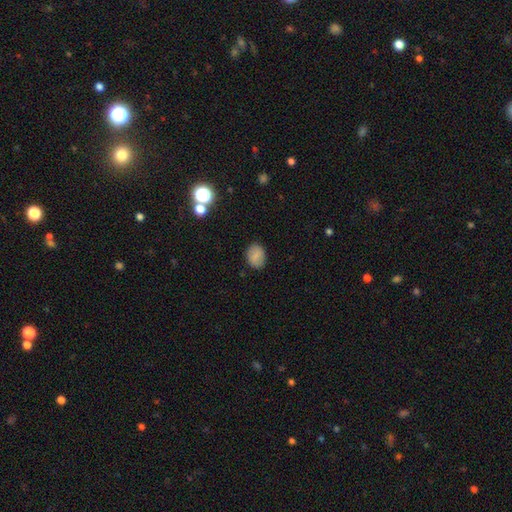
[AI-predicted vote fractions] Smooth or featured?
  - smooth: 79% *
  - featured or disk: 11%
  - star or artifact: 10%
How rounded?
  - in between: 58% *
  - round: 41%
  - cigar-shaped: 1%
Merging?
  - none: 86% *
  - minor disturbance: 10%
  - major disturbance: 3%
  - merger: 1%